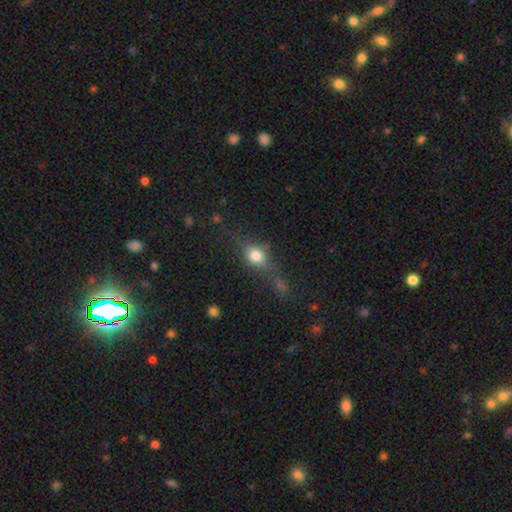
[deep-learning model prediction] Morphology: type=smooth (62%); roundness=in between (49%); merging=none (59%).